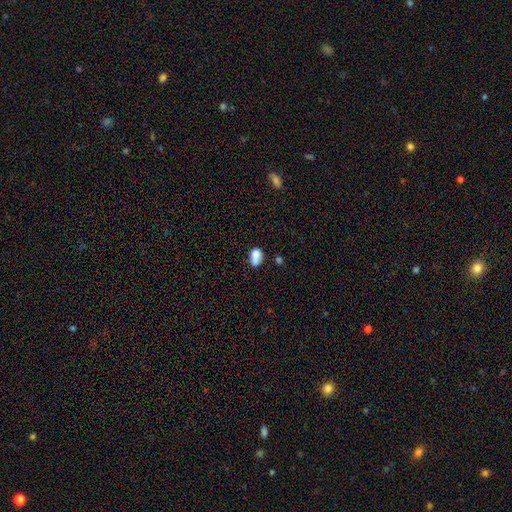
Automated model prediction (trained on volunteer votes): Smooth or featured: smooth — 79% (featured or disk — 11%)
How rounded: in between — 75% (round — 23%)
Merging: none — 47% (minor disturbance — 27%)